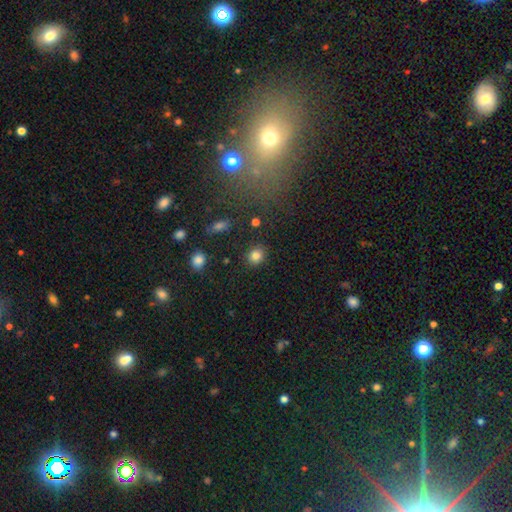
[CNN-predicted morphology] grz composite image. It shows a smooth galaxy with no disk features (83%) that is round (76%). Merging: none (87%).